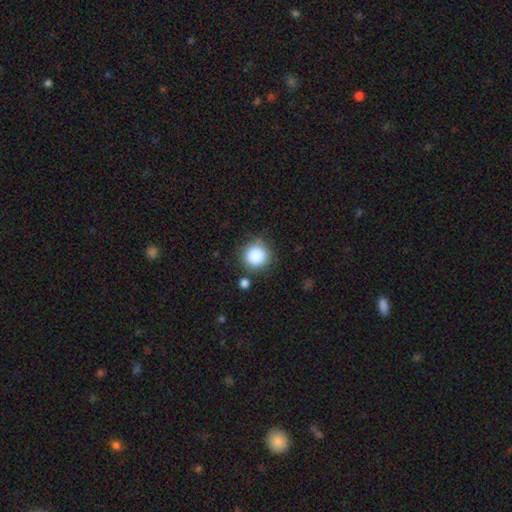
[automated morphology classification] Smooth or featured?
  - smooth: 87% *
  - star or artifact: 9%
  - featured or disk: 4%
How rounded?
  - round: 94% *
  - in between: 6%
  - cigar-shaped: 1%
Merging?
  - none: 82% *
  - minor disturbance: 10%
  - merger: 5%
  - major disturbance: 4%